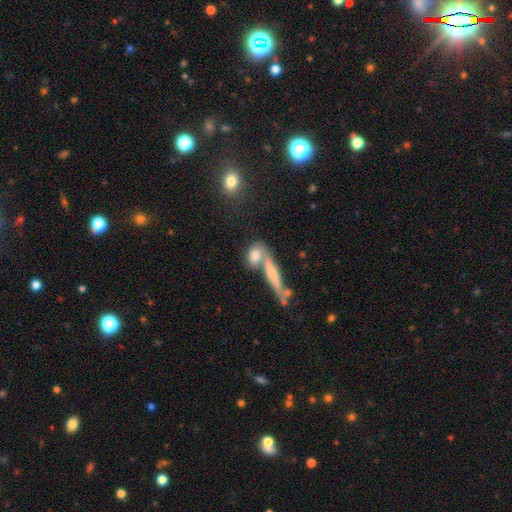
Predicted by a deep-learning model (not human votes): Smooth or featured? Predicted: smooth (p=0.43). Merging? Predicted: none (p=0.44).